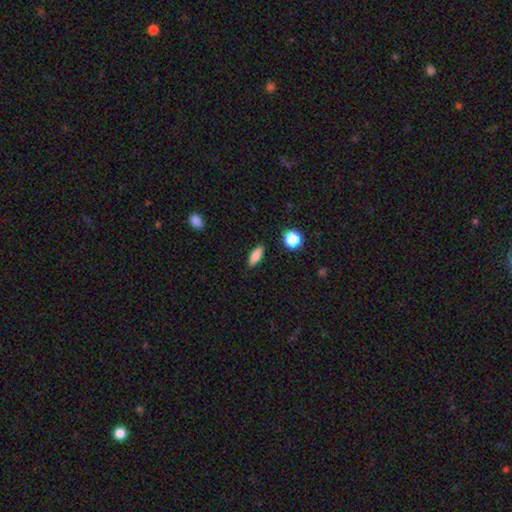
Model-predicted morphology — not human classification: smooth_or_featured: smooth (p=0.82) [alt: featured or disk p=0.10]
how_rounded: in between (p=0.71) [alt: cigar-shaped p=0.24]
merging: none (p=0.86) [alt: minor disturbance p=0.10]